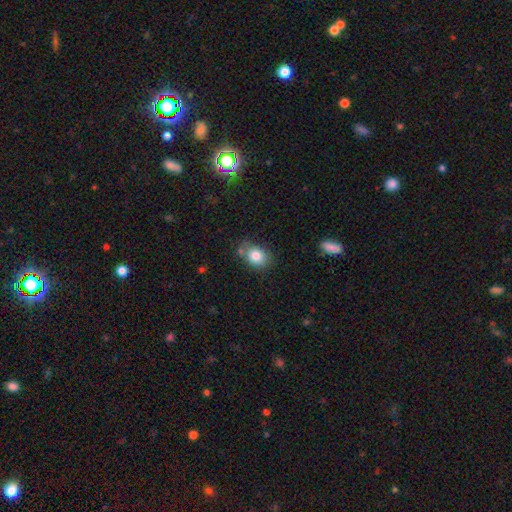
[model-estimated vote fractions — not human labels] Smooth or featured? Predicted: smooth (p=0.82). How rounded? Predicted: in between (p=0.58). Merging? Predicted: none (p=0.66).